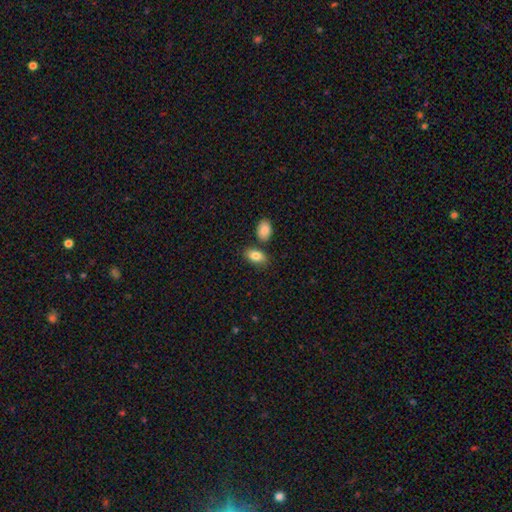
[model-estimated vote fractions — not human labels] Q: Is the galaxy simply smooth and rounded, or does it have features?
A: smooth — 84%.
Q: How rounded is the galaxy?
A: in between — 90%.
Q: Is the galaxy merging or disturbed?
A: none — 73%.